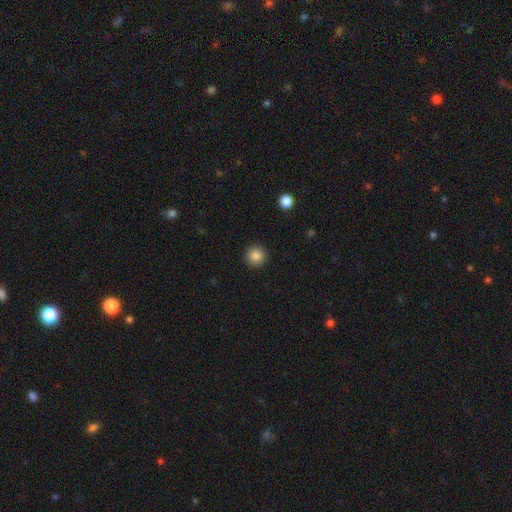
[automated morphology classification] This is clearly a smooth galaxy (86%). How rounded: clearly round (95%). Merging: clearly none (92%).